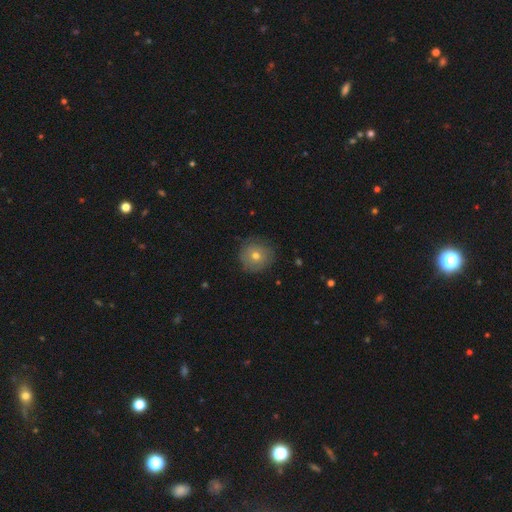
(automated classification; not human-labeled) Smooth or featured? Predicted: smooth (p=0.66). How rounded? Predicted: round (p=0.94). Merging? Predicted: none (p=0.84).